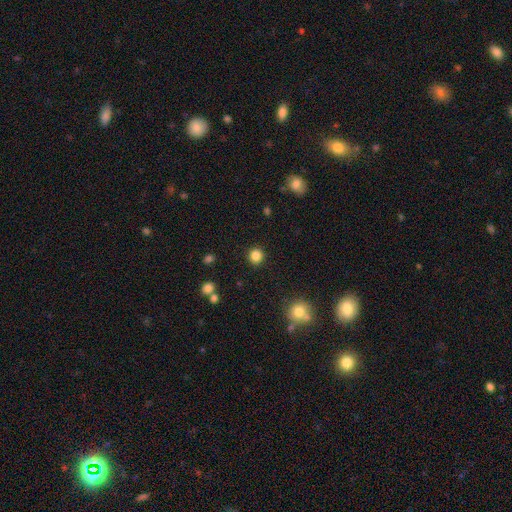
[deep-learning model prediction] Morphology: type=smooth (85%); roundness=round (93%); merging=none (91%).